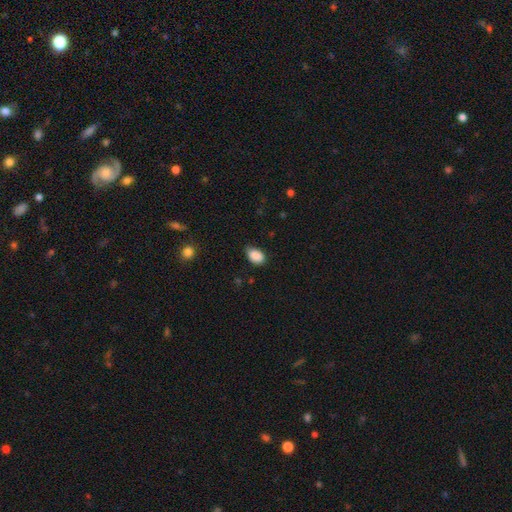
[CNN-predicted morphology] A smooth galaxy with no disk features (89%) that is in between round and cigar-shaped (86%). Merging: none (74%).